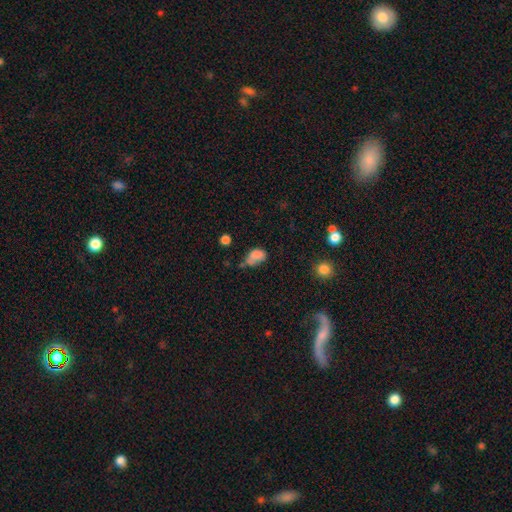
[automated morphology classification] Smooth or featured? smooth (78%)
How rounded? in between (80%)
Merging? minor disturbance (34%)